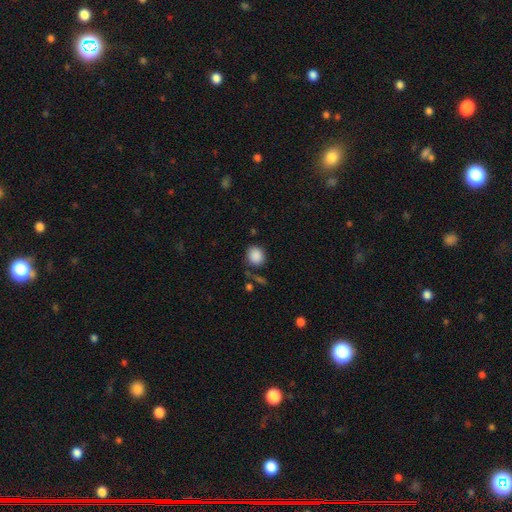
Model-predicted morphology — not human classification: Overall: smooth (88%). How rounded: round (69%; in between 30%). Merging: none (74%).